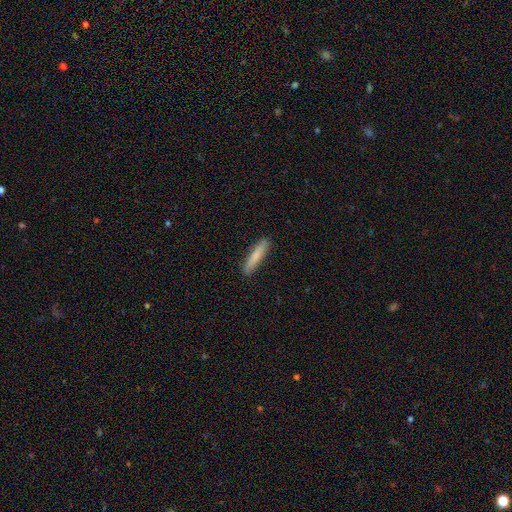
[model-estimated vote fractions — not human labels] Smooth or featured: smooth — 81% (featured or disk — 14%)
How rounded: cigar-shaped — 88% (in between — 10%)
Merging: none — 89% (minor disturbance — 8%)